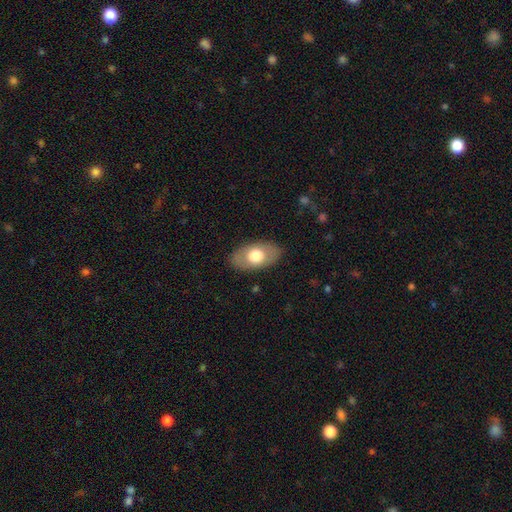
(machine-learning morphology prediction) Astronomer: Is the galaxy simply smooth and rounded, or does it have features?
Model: smooth — 65%.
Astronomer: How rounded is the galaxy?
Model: in between — 92%.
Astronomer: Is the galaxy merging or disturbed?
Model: none — 85%.